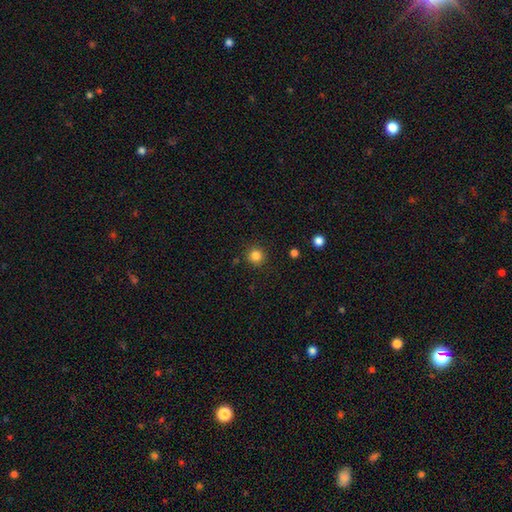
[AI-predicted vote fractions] A smooth galaxy with no disk features (83%) that is round (94%). Merging: none (89%).